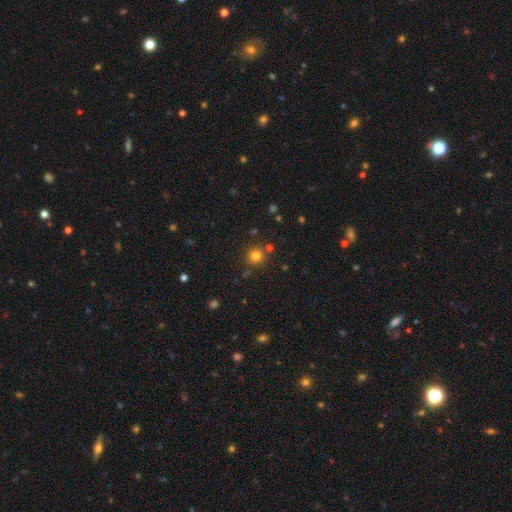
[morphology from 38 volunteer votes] Smooth or featured? smooth (84%)
How rounded? round (97%)
Merging? none (94%)